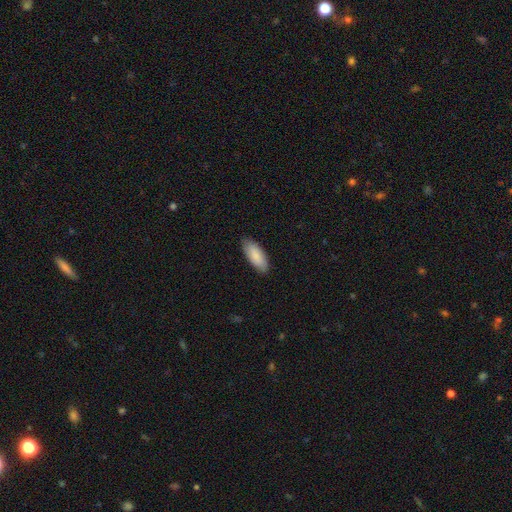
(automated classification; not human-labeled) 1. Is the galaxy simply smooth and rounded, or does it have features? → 86% smooth, 9% featured or disk, 5% star or artifact.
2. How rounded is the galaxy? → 80% in between, 18% cigar-shaped, 1% round.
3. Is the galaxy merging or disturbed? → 85% none, 12% minor disturbance, 2% major disturbance, 1% merger.